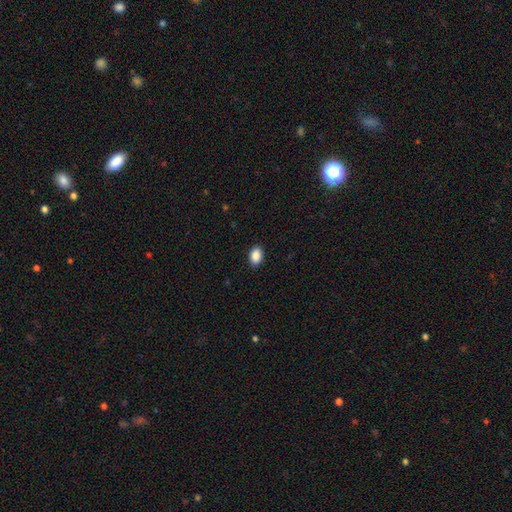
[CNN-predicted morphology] smooth-or-featured: smooth: 89% | star or artifact: 8% | featured or disk: 3%
  how-rounded: in between: 84% | round: 15% | cigar-shaped: 1%
  merging: none: 90% | minor disturbance: 7% | major disturbance: 2% | merger: 1%